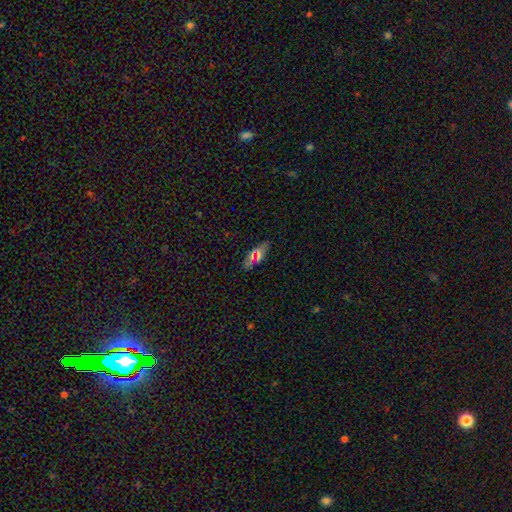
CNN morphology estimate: This is likely a smooth galaxy (62%). How rounded: likely in between (79%). Merging: clearly none (86%).